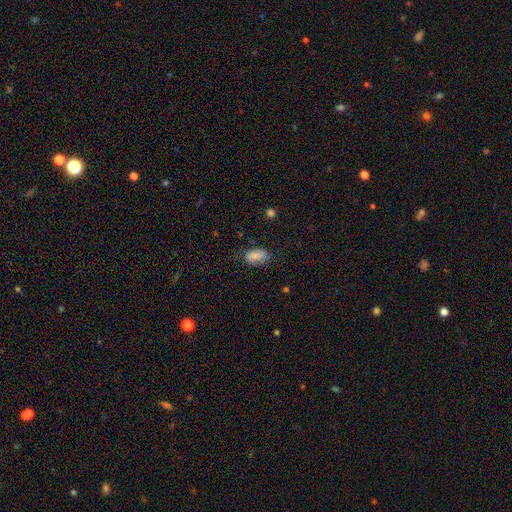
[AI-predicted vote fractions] Overall: smooth (83%). How rounded: in between (91%). Merging: none (65%; minor disturbance 26%).